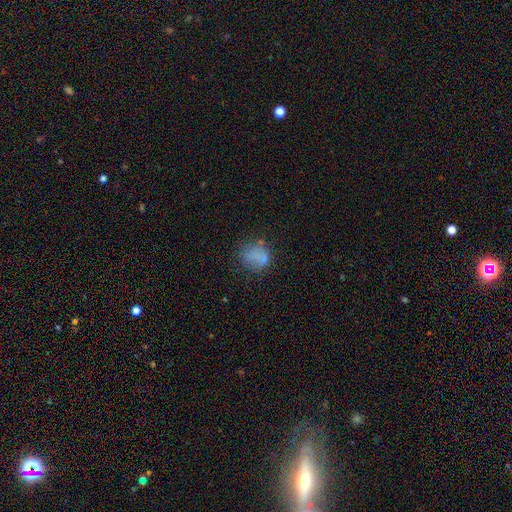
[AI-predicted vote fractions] smooth_or_featured: smooth (p=0.67) [alt: featured or disk p=0.18]
how_rounded: round (p=0.68) [alt: in between p=0.31]
merging: none (p=0.57) [alt: minor disturbance p=0.23]